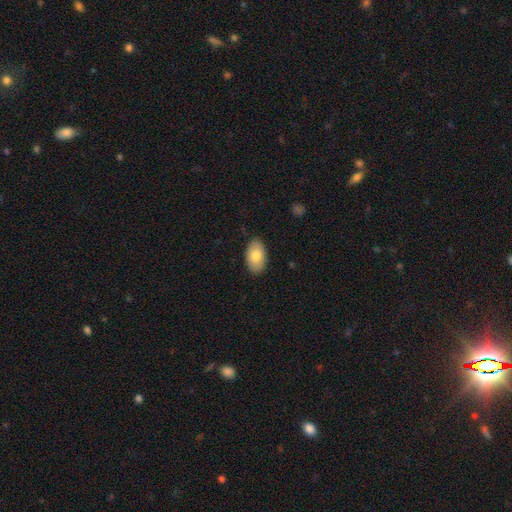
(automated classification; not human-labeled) This appears to be a smooth galaxy with no disk features (80%) that is in between round and cigar-shaped (93%). Merging: none (86%).